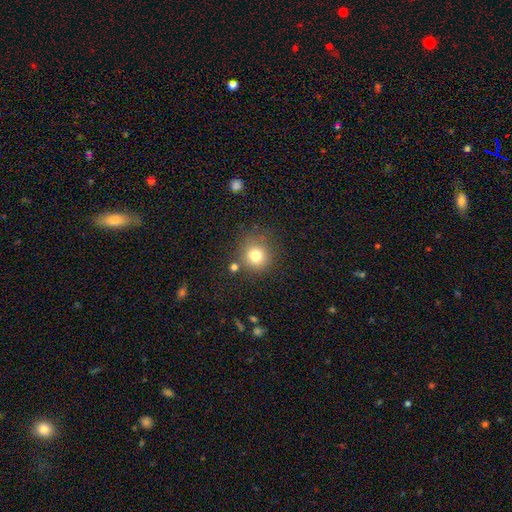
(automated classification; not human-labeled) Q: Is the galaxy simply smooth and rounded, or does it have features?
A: smooth — 77%.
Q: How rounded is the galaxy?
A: round — 90%.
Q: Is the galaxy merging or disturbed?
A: none — 76%.